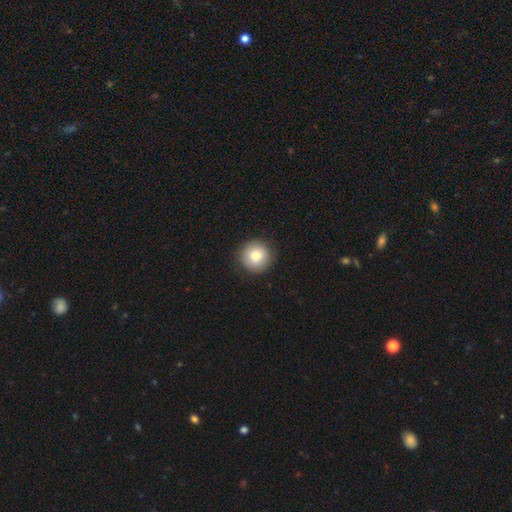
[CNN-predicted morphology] This is clearly a smooth galaxy (83%). How rounded: clearly round (94%). Merging: clearly none (90%).